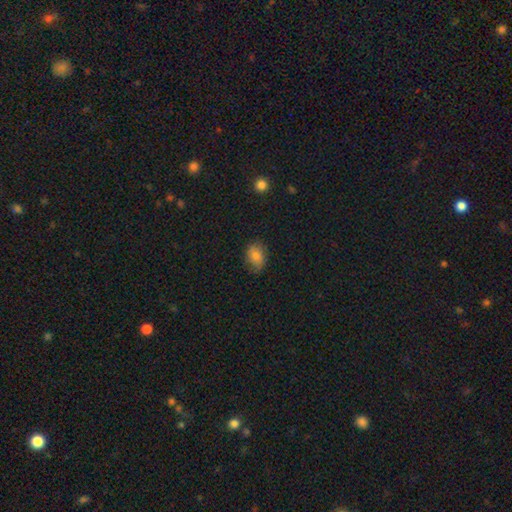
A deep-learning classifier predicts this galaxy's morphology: smooth_or_featured: smooth (p=0.78) [alt: featured or disk p=0.12]
how_rounded: in between (p=0.73) [alt: round p=0.26]
merging: none (p=0.69) [alt: minor disturbance p=0.25]